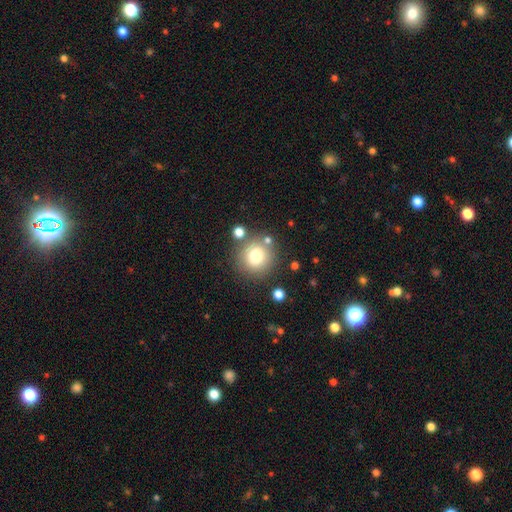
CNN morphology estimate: Smooth or featured: smooth — 76% (star or artifact — 12%)
How rounded: round — 91% (in between — 8%)
Merging: none — 78% (minor disturbance — 10%)